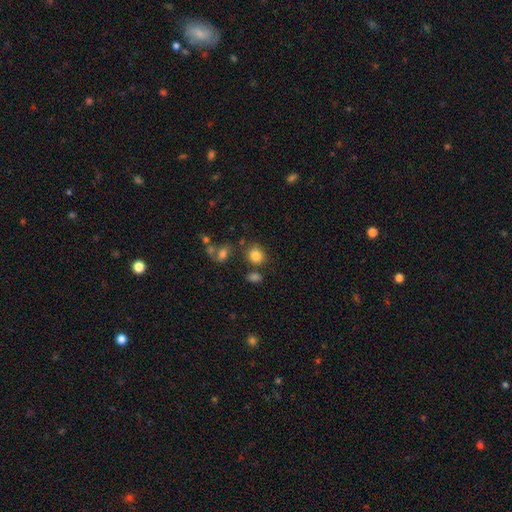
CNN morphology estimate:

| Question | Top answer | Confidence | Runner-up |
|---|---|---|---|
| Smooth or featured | smooth | 83% | star or artifact (11%) |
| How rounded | round | 72% | in between (27%) |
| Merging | none | 72% | minor disturbance (13%) |